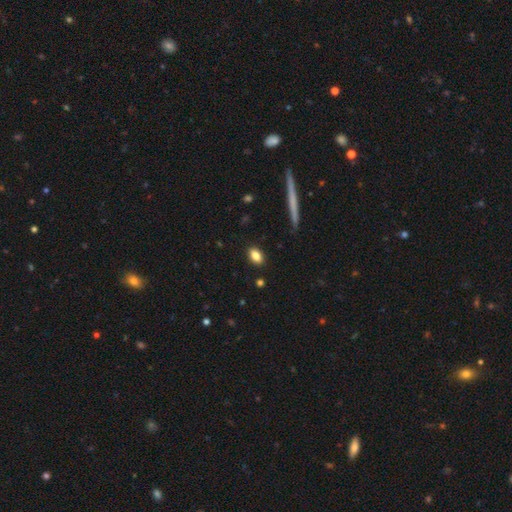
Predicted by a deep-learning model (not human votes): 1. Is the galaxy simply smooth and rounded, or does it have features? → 85% smooth, 8% star or artifact, 7% featured or disk.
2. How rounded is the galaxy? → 86% in between, 11% round, 3% cigar-shaped.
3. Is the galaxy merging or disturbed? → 89% none, 8% minor disturbance, 2% major disturbance, 1% merger.